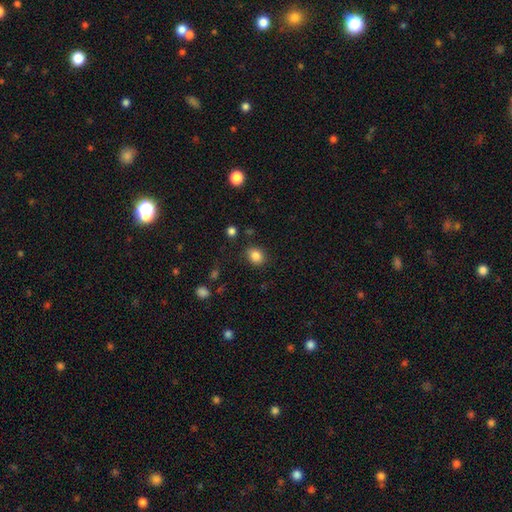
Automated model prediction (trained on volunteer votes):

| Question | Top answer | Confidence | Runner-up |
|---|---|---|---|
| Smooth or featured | smooth | 85% | star or artifact (11%) |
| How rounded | round | 60% | in between (39%) |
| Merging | none | 86% | minor disturbance (9%) |